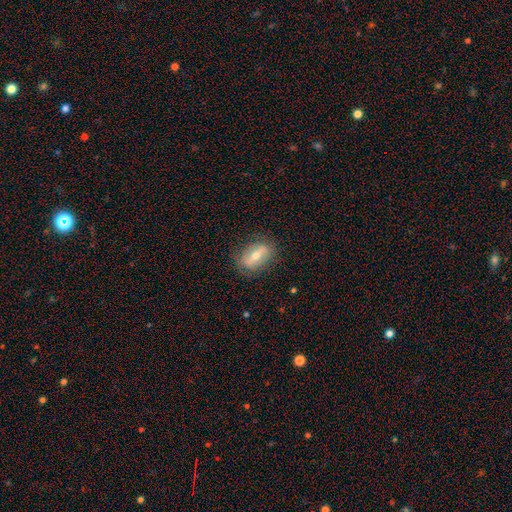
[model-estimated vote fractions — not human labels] This is possibly a featured or disk galaxy (53%). It is likely not viewed edge-on (77%). Merging: clearly none (81%).